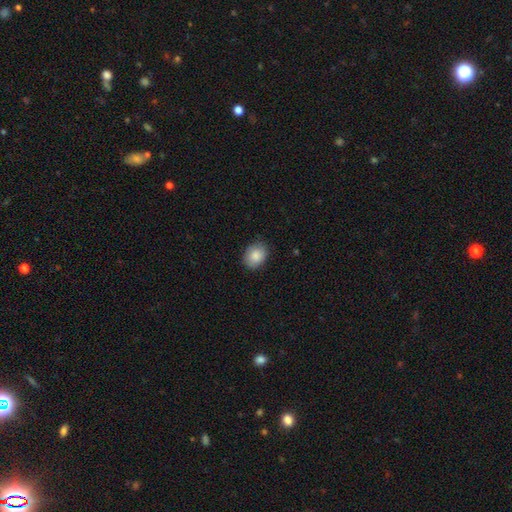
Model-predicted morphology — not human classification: smooth 87%, star or artifact 7%, featured or disk 6%. Down the decision tree: how rounded — in between (64%); merging — none (84%).